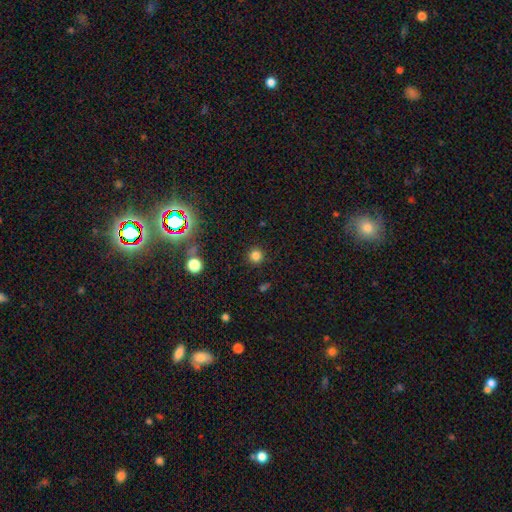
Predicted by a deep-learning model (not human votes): Smooth or featured? smooth (80%)
How rounded? round (95%)
Merging? none (91%)